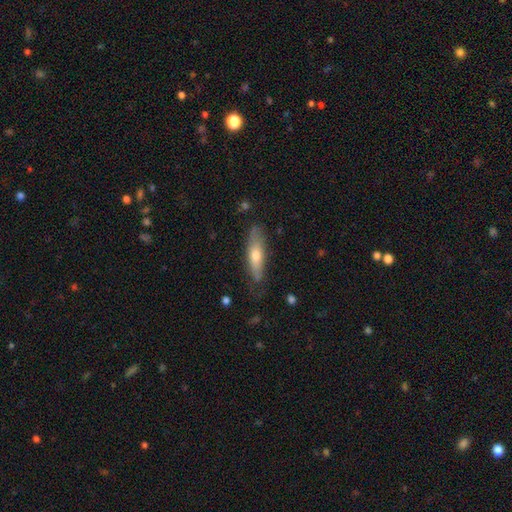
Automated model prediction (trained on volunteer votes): smooth 50%, featured or disk 43%, star or artifact 7%. Down the decision tree: how rounded — cigar-shaped (71%); merging — none (76%).